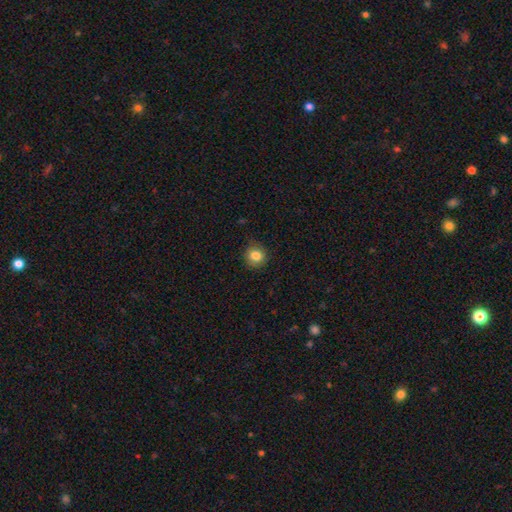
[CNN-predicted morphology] This appears to be a smooth galaxy with no disk features (84%) that is round (86%). Merging: none (83%).